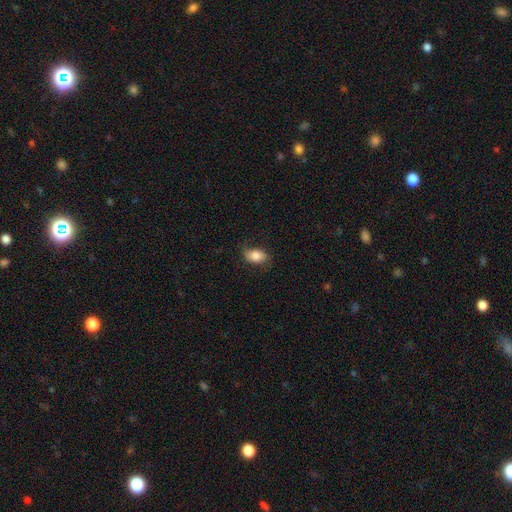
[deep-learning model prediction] The model was most divided on "merging": none: 77%, minor disturbance: 17%, major disturbance: 5%, merger: 1%. More confident: how rounded — in between (88%); smooth or featured — smooth (80%).